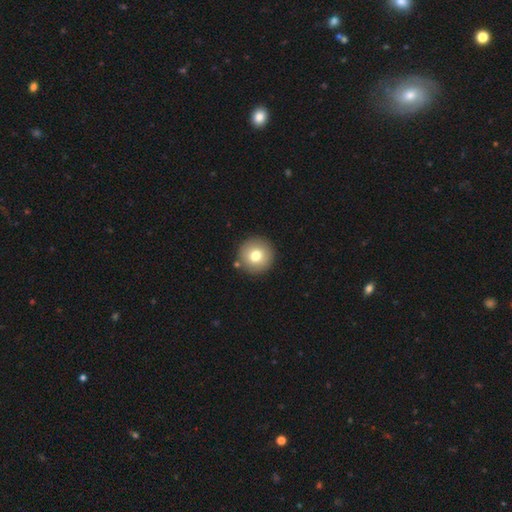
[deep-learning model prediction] Smooth or featured? Predicted: smooth (p=0.76). How rounded? Predicted: round (p=0.96). Merging? Predicted: none (p=0.88).